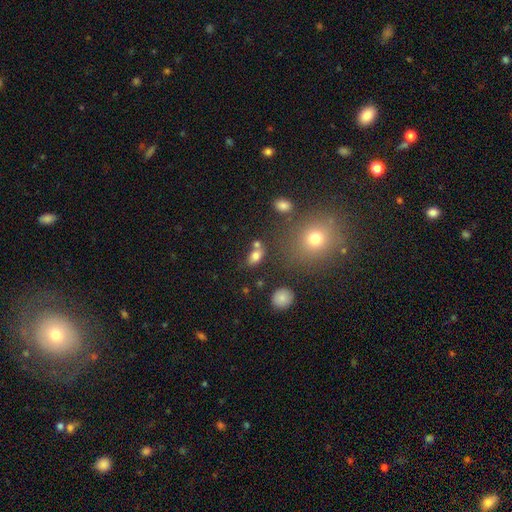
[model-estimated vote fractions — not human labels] Smooth or featured: smooth — 78% (star or artifact — 11%)
How rounded: in between — 82% (round — 16%)
Merging: none — 55% (merger — 26%)